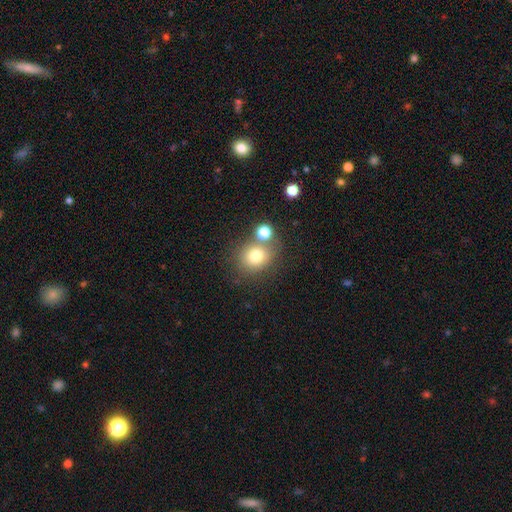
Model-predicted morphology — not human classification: This appears to be a smooth galaxy with no disk features (76%) that is round (76%). Merging: none (61%).